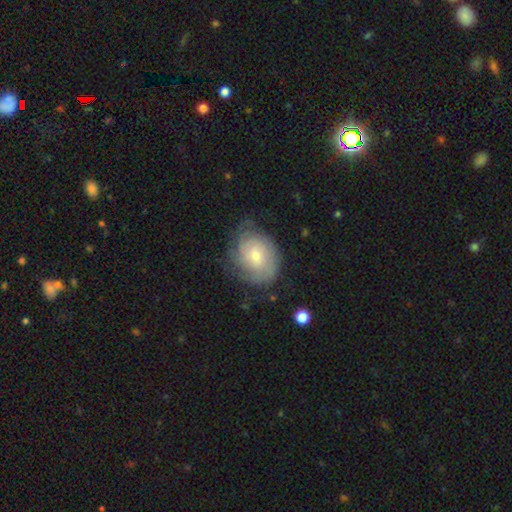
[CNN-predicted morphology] type=featured or disk (60%); edge-on=no (96%); bar=no (71%); spiral arms=yes (84%); bulge=small (50%); merging=none (64%).